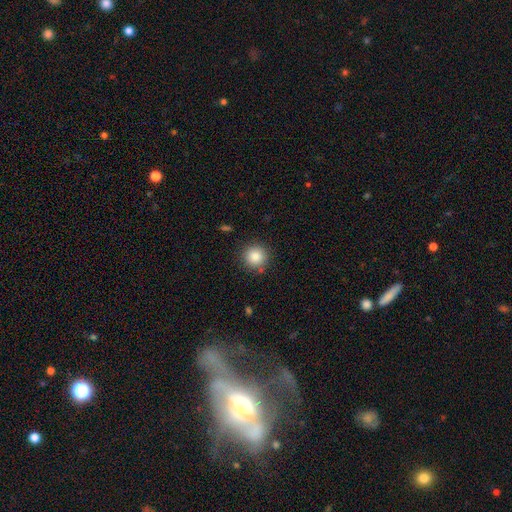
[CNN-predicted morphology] smooth 84%, star or artifact 10%, featured or disk 6%. Down the decision tree: how rounded — round (94%); merging — none (87%).